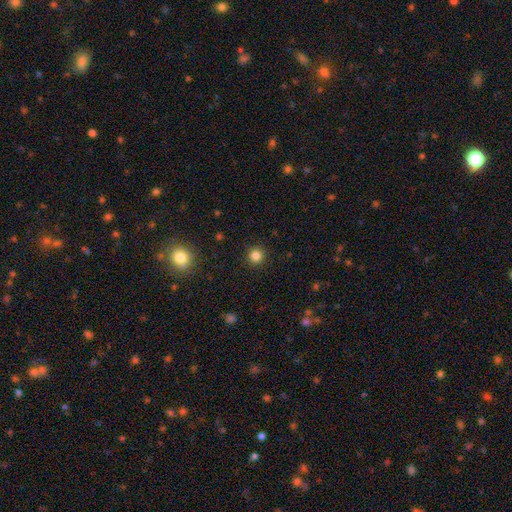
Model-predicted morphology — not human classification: A smooth galaxy with no disk features (83%) that is round (94%). Merging: none (92%).